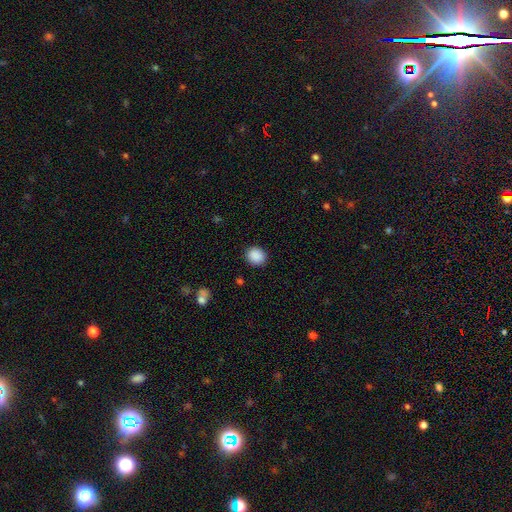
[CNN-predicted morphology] Smooth or featured? smooth (89%)
How rounded? round (74%)
Merging? none (89%)